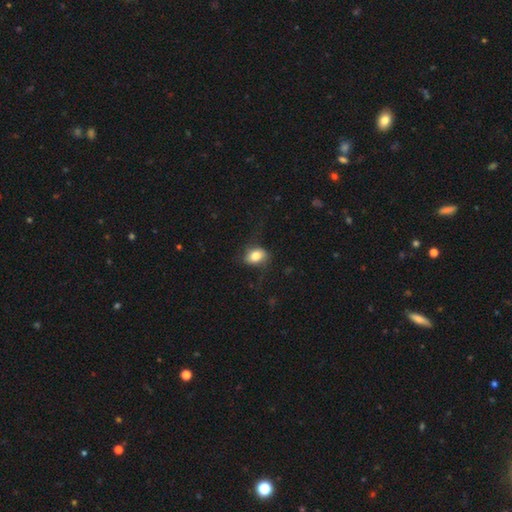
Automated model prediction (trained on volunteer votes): A smooth galaxy with no disk features (77%) that is in between round and cigar-shaped (77%).

Vote fractions:
- Smooth or featured? smooth: 77% / featured or disk: 15% / star or artifact: 8%
- How rounded? in between: 77% / round: 21% / cigar-shaped: 2%
- Merging? none: 63% / minor disturbance: 21% / major disturbance: 14% / merger: 1%